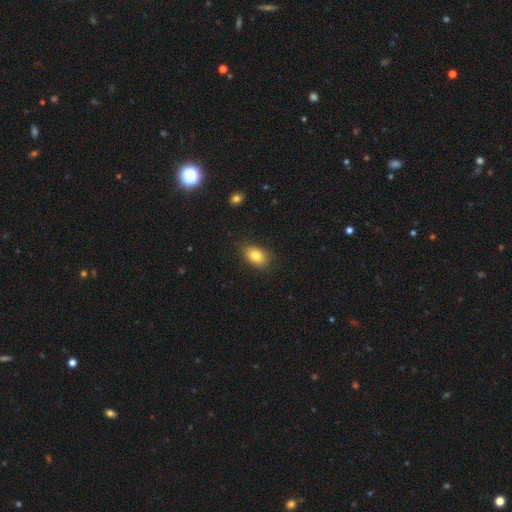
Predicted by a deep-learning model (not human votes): Morphology: type=smooth (81%); roundness=in between (81%); merging=none (83%).